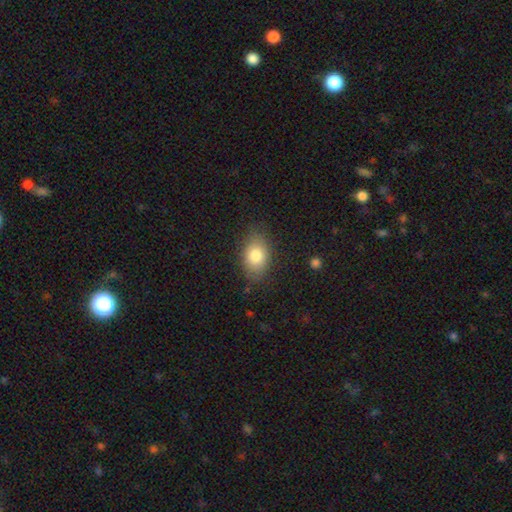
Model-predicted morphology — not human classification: Overall: smooth (80%). How rounded: in between (83%). Merging: none (79%).